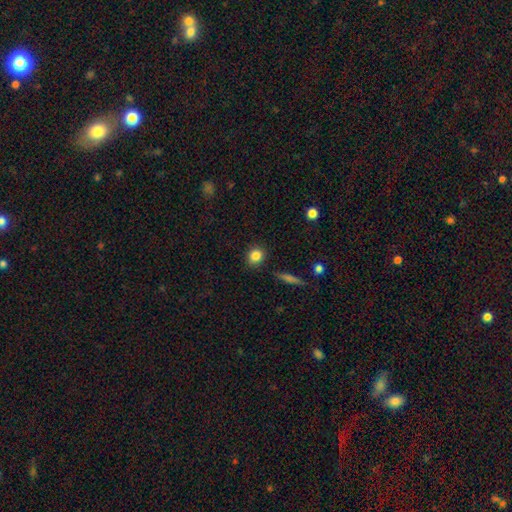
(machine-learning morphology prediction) Overall: smooth (84%). How rounded: round (84%). Merging: none (88%).